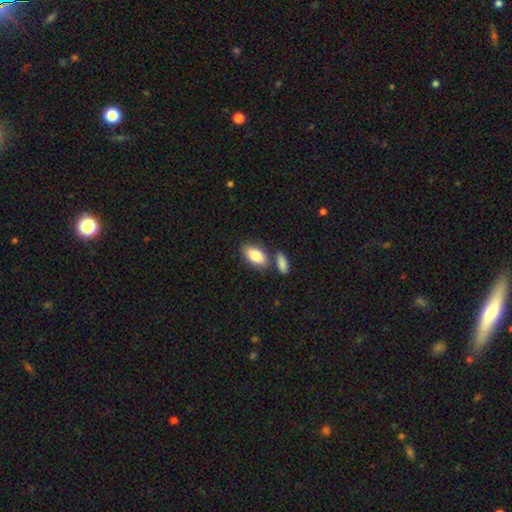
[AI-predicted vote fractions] A smooth galaxy with no disk features (83%) that is in between round and cigar-shaped (92%). Merging: none (64%).